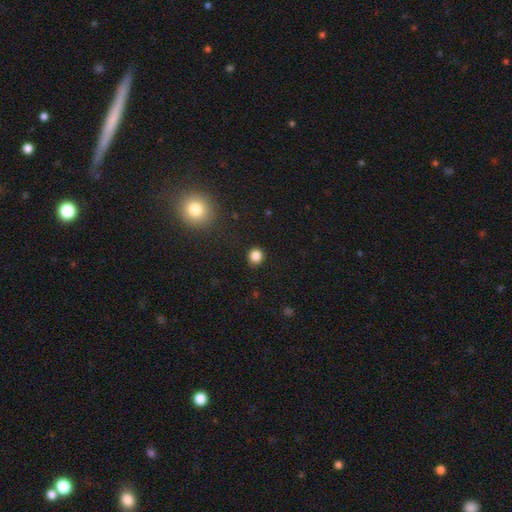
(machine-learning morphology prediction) This is clearly a smooth galaxy (84%). How rounded: clearly round (90%). Merging: clearly none (90%).